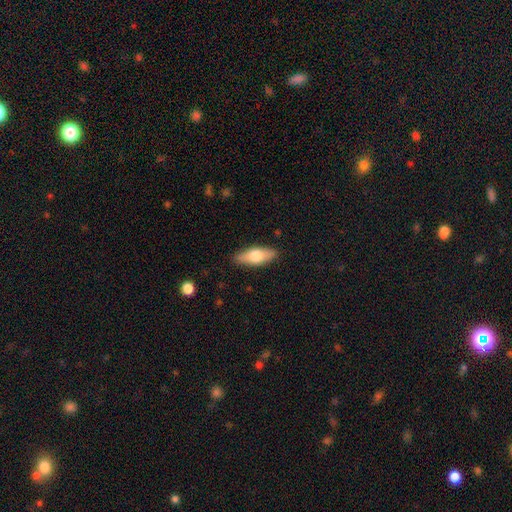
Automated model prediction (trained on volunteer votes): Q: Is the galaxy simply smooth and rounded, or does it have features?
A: smooth — 65%.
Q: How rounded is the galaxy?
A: in between — 70%.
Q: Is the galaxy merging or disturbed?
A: none — 87%.